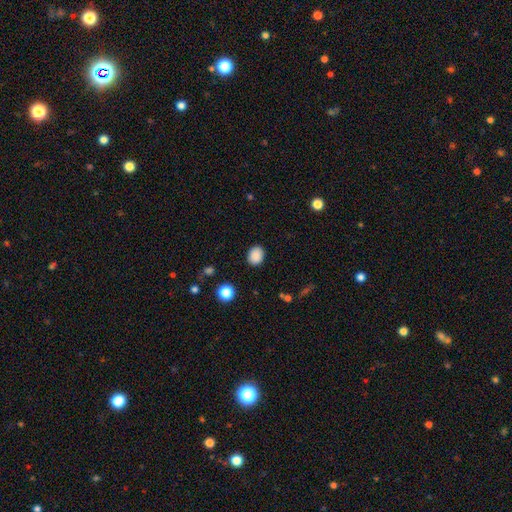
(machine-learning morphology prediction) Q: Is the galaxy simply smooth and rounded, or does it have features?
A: smooth — 88%.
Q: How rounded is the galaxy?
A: in between — 53%.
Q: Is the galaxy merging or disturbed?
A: none — 88%.